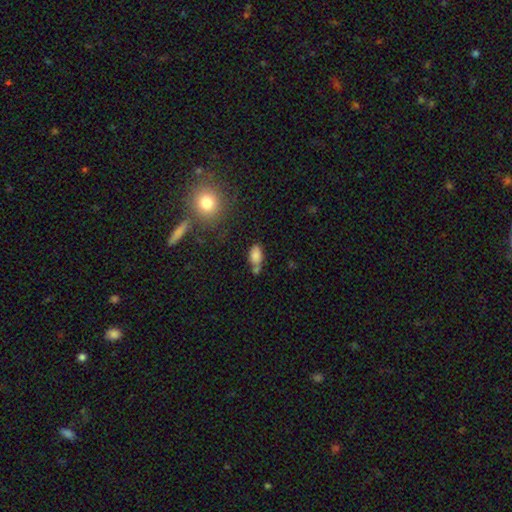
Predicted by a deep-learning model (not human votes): The model was most divided on "merging": none: 44%, merger: 28%, minor disturbance: 21%, major disturbance: 7%. More confident: how rounded — in between (89%); smooth or featured — smooth (80%).